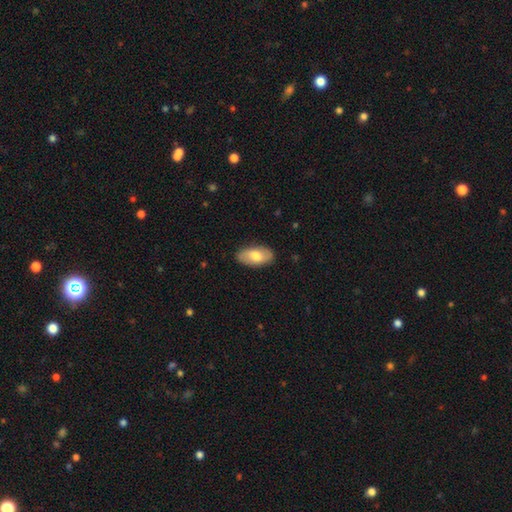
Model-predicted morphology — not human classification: Smooth or featured? Predicted: smooth (p=0.66). How rounded? Predicted: in between (p=0.94). Merging? Predicted: none (p=0.87).